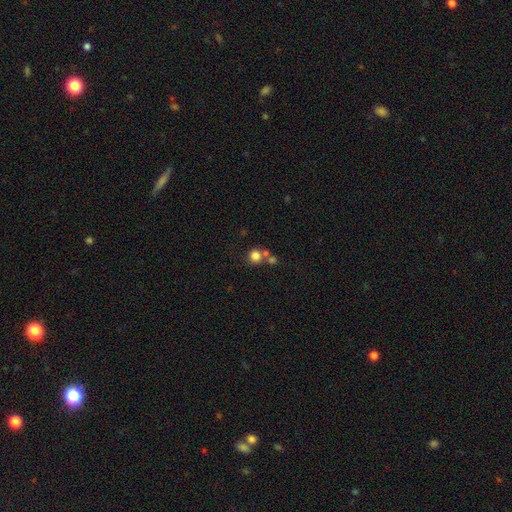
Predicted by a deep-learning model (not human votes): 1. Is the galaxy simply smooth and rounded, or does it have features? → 80% smooth, 12% star or artifact, 8% featured or disk.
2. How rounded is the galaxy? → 89% round, 10% in between, 1% cigar-shaped.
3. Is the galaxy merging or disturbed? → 53% none, 35% merger, 8% minor disturbance, 4% major disturbance.